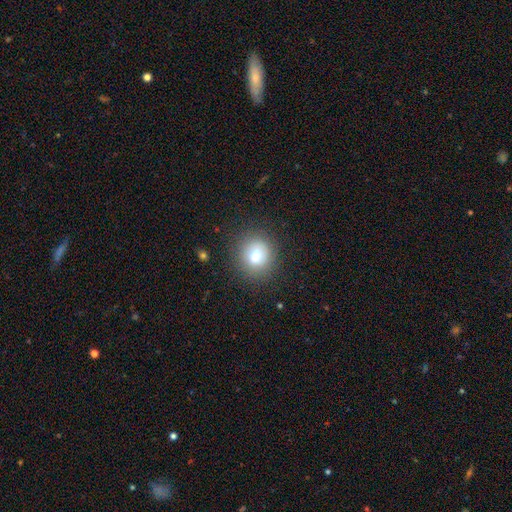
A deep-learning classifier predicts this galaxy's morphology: This appears to be a smooth galaxy with no disk features (75%) that is round (80%). Merging: none (85%).